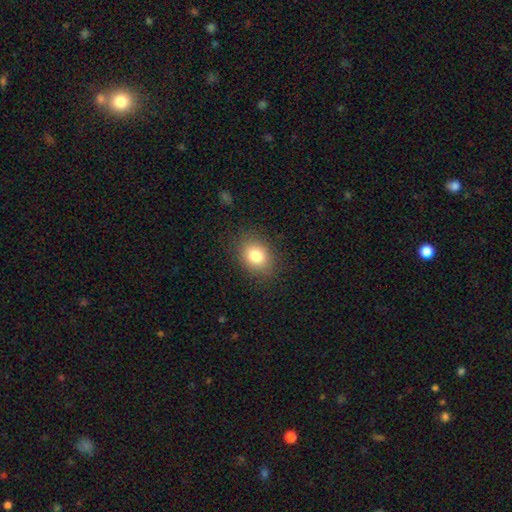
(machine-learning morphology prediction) smooth 82%, star or artifact 10%, featured or disk 8%. Down the decision tree: how rounded — in between (59%); merging — none (85%).